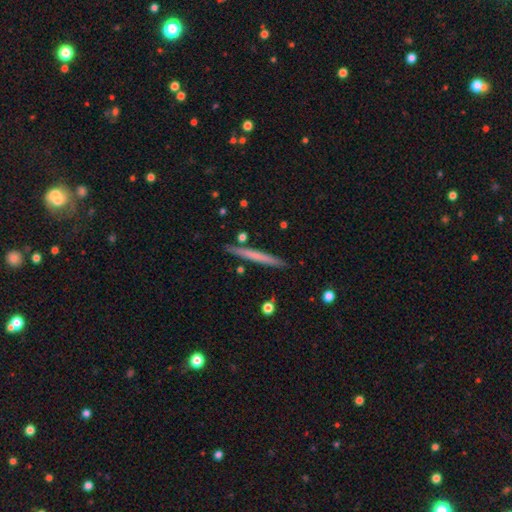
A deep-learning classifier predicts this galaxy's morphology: Q: Smooth or featured?
A: smooth (57%); runner-up: featured or disk (38%)
Q: How rounded?
A: cigar-shaped (97%); runner-up: in between (2%)
Q: Merging?
A: none (89%); runner-up: minor disturbance (7%)